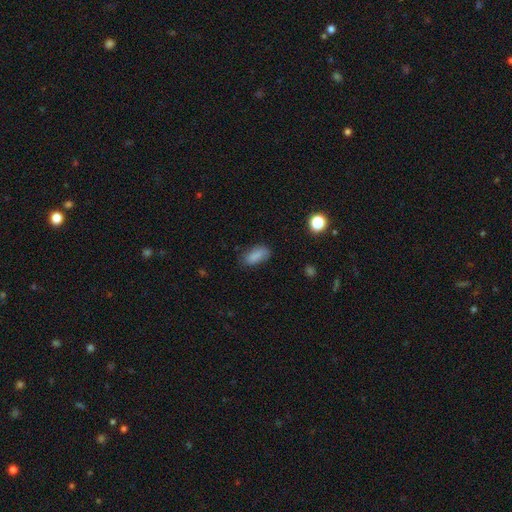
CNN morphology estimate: This is clearly a smooth galaxy (86%). How rounded: clearly in between (85%). Merging: likely none (75%).